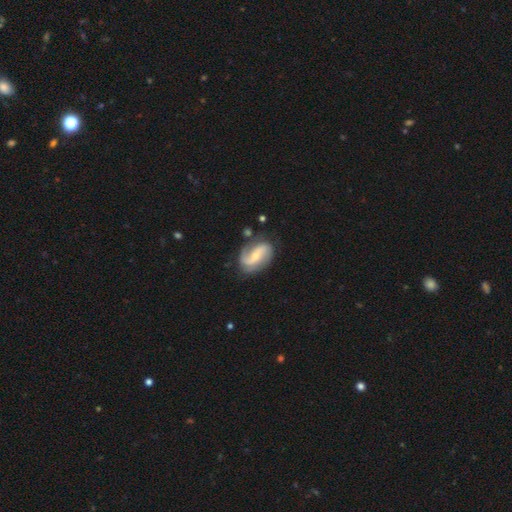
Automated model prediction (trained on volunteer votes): This is clearly a featured or disk galaxy (83%). It is clearly not viewed edge-on (97%). Bar: marginally weak (38%). Spiral arm pattern: clearly yes (95%). Spiral arm count: clearly 2 (88%). Spiral winding: possibly loose (49%). Central bulge: possibly small (57%). Merging: likely none (72%).